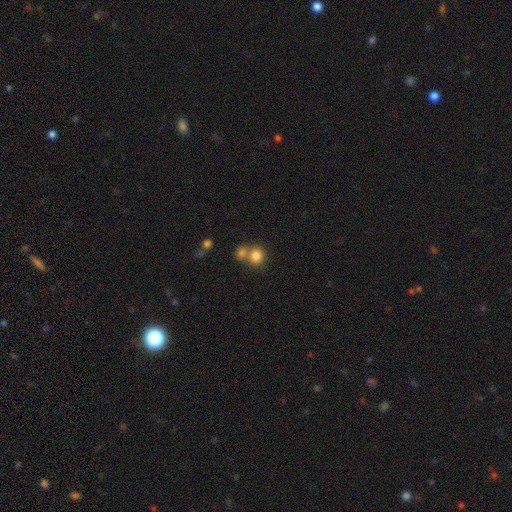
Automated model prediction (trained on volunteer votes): The model was most divided on "merging": none: 46%, merger: 42%, minor disturbance: 8%, major disturbance: 3%. More confident: how rounded — round (83%); smooth or featured — smooth (81%).